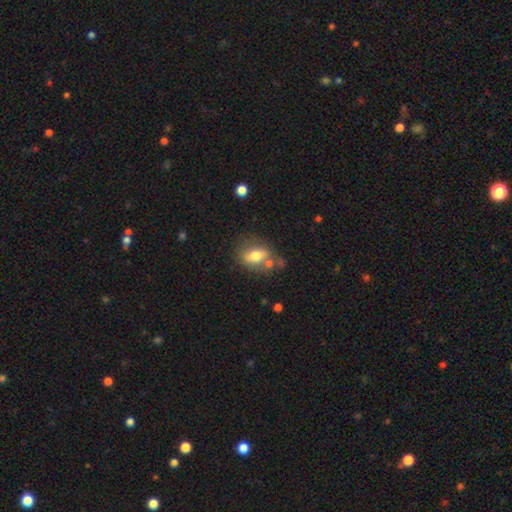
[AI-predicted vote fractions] Smooth or featured? Predicted: smooth (p=0.65). How rounded? Predicted: in between (p=0.73). Merging? Predicted: none (p=0.54).